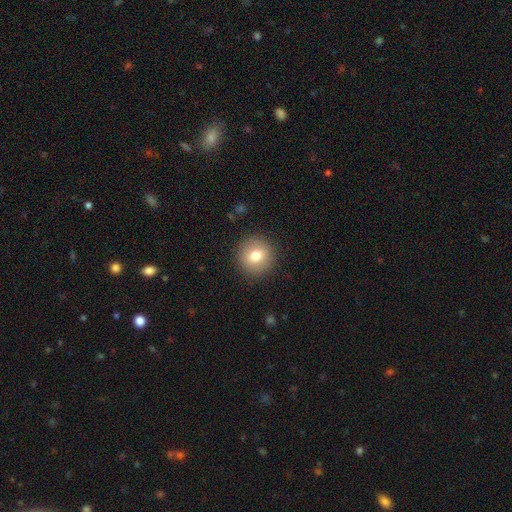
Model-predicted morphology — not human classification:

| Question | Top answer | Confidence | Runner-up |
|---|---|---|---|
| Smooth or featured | smooth | 77% | featured or disk (14%) |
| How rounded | round | 92% | in between (7%) |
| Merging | none | 90% | minor disturbance (7%) |